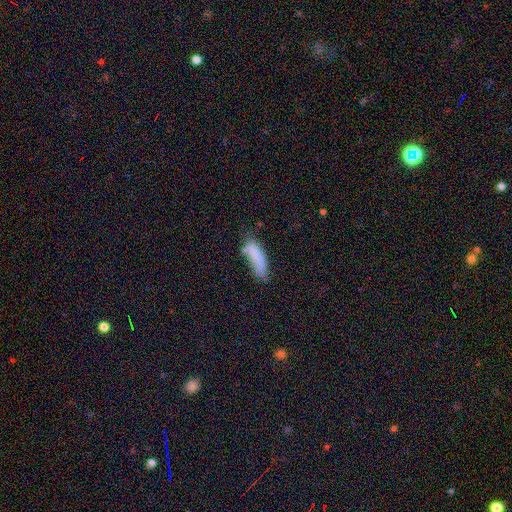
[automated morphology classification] Overall: smooth (80%). How rounded: cigar-shaped (51%; in between 47%). Merging: none (54%; minor disturbance 29%).